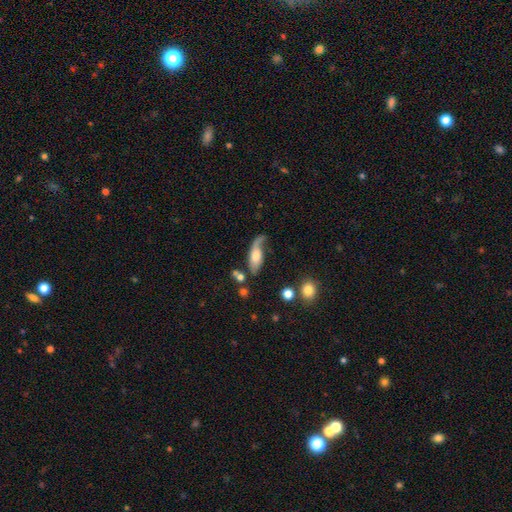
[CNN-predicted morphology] smooth 48%, featured or disk 46%, star or artifact 7%. Down the decision tree: merging — none (37%).